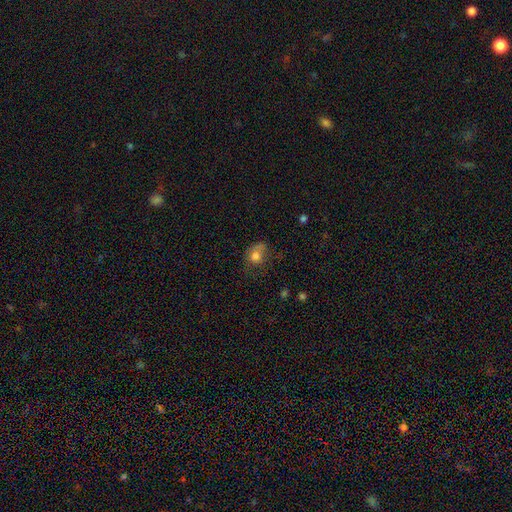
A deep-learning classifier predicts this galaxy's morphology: A smooth galaxy with no disk features (73%) that is round (57%).

Vote fractions:
- Smooth or featured? smooth: 73% / featured or disk: 16% / star or artifact: 12%
- How rounded? round: 57% / in between: 41% / cigar-shaped: 1%
- Merging? none: 42% / minor disturbance: 29% / major disturbance: 25% / merger: 5%